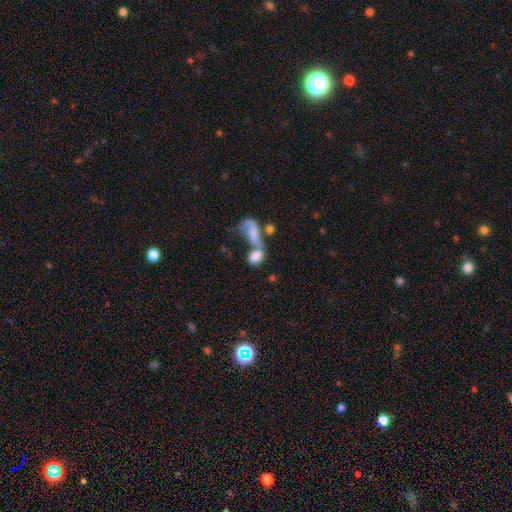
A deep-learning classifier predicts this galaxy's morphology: Q: Smooth or featured?
A: smooth (66%); runner-up: featured or disk (24%)
Q: How rounded?
A: in between (84%); runner-up: round (10%)
Q: Merging?
A: merger (69%); runner-up: none (13%)